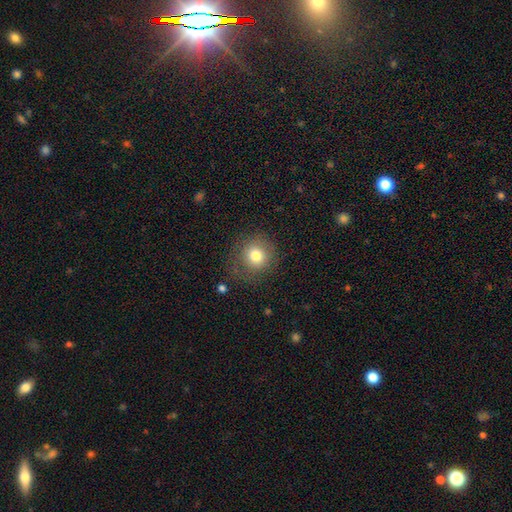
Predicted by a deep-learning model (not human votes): smooth_or_featured: smooth (p=0.78) [alt: star or artifact p=0.11]
how_rounded: round (p=0.89) [alt: in between p=0.10]
merging: none (p=0.78) [alt: minor disturbance p=0.14]